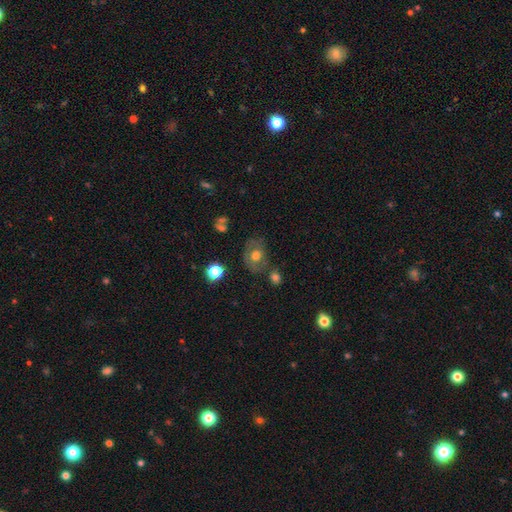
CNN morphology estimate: Smooth or featured: smooth — 57% (featured or disk — 33%)
How rounded: in between — 55% (round — 44%)
Merging: none — 60% (minor disturbance — 20%)